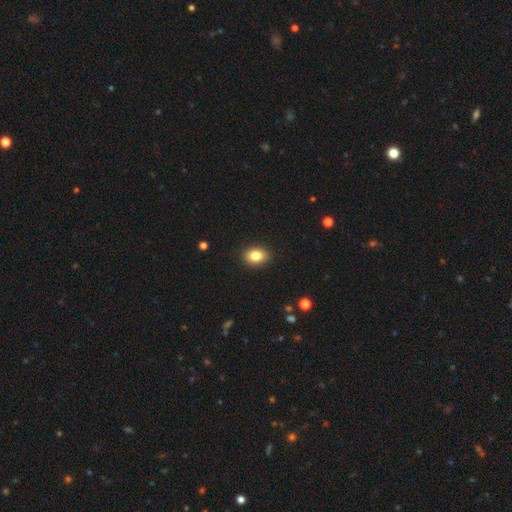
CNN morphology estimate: This appears to be a smooth galaxy with no disk features (84%) that is in between round and cigar-shaped (71%). Merging: none (89%).